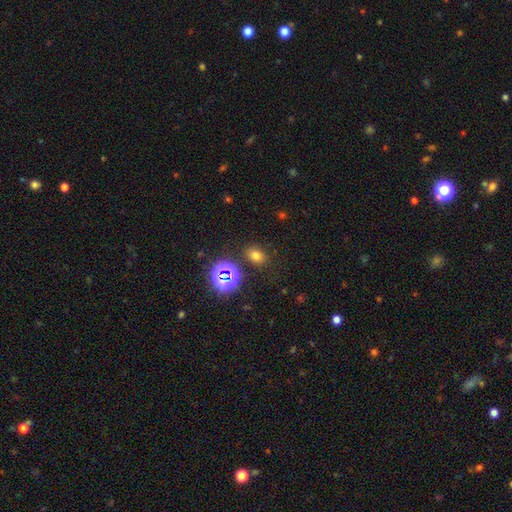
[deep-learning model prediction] Overall: smooth (69%). How rounded: in between (59%; round 40%). Merging: none (83%).